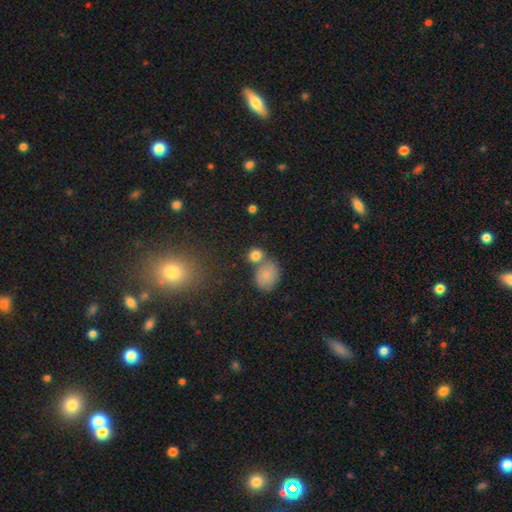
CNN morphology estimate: Smooth or featured: smooth — 81% (star or artifact — 12%)
How rounded: round — 73% (in between — 26%)
Merging: none — 57% (merger — 30%)